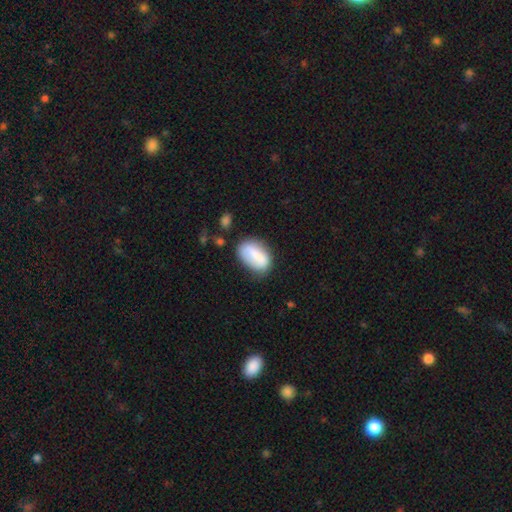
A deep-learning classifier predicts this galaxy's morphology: Smooth or featured? smooth (74%)
How rounded? in between (89%)
Merging? none (65%)